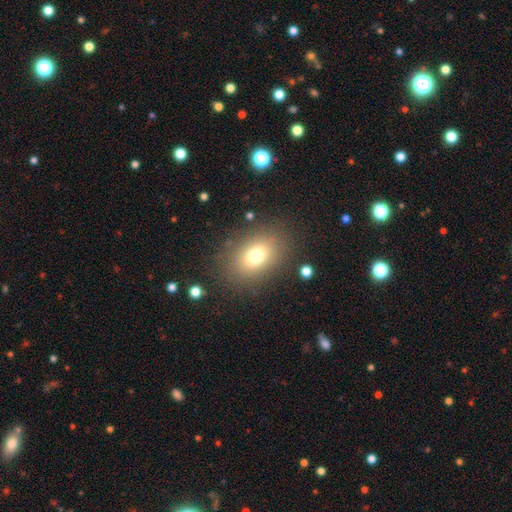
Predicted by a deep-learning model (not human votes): Overall: smooth (73%). How rounded: in between (71%). Merging: none (83%).